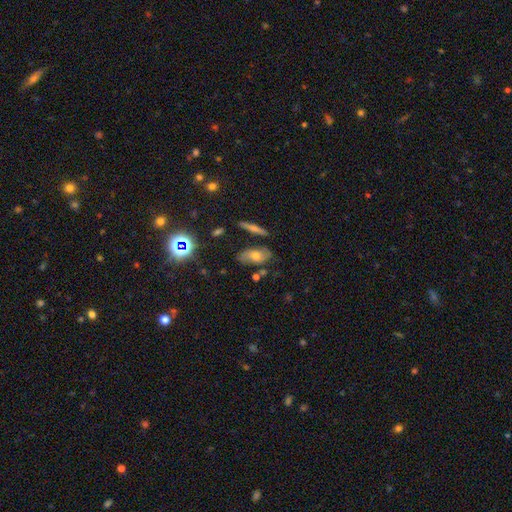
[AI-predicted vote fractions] Smooth or featured? Predicted: smooth (p=0.49). Merging? Predicted: none (p=0.67).